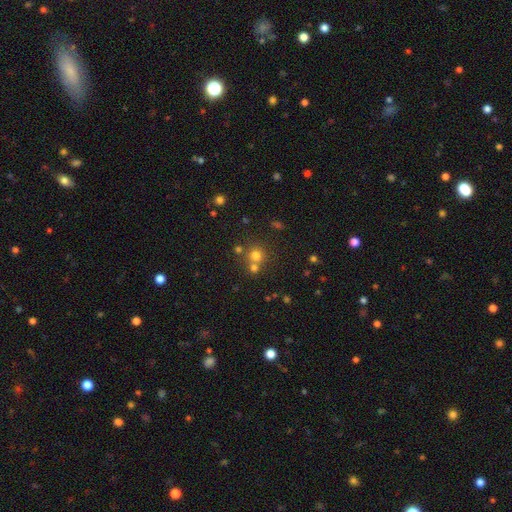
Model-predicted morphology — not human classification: Smooth or featured?
  - smooth: 70% *
  - star or artifact: 20%
  - featured or disk: 10%
How rounded?
  - round: 89% *
  - in between: 10%
  - cigar-shaped: 1%
Merging?
  - none: 58% *
  - merger: 32%
  - minor disturbance: 7%
  - major disturbance: 3%